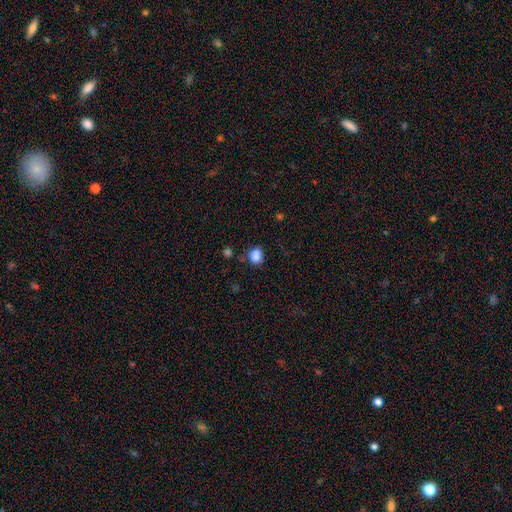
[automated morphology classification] Smooth or featured?
  - smooth: 84% *
  - star or artifact: 11%
  - featured or disk: 4%
How rounded?
  - round: 67% *
  - in between: 32%
  - cigar-shaped: 1%
Merging?
  - none: 70% *
  - minor disturbance: 18%
  - merger: 7%
  - major disturbance: 5%